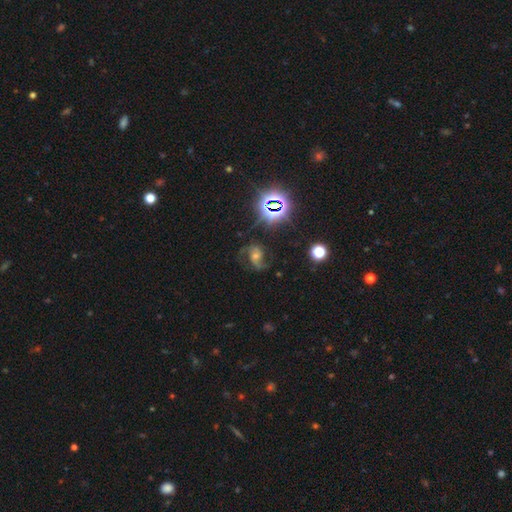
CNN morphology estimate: This is likely a featured or disk galaxy (64%). It is clearly not viewed edge-on (97%). Bar: possibly no (50%). Spiral arm pattern: clearly yes (94%). Spiral arm count: likely 2 (80%). Spiral winding: possibly medium (45%). Central bulge: possibly moderate (53%). Merging: likely none (66%).